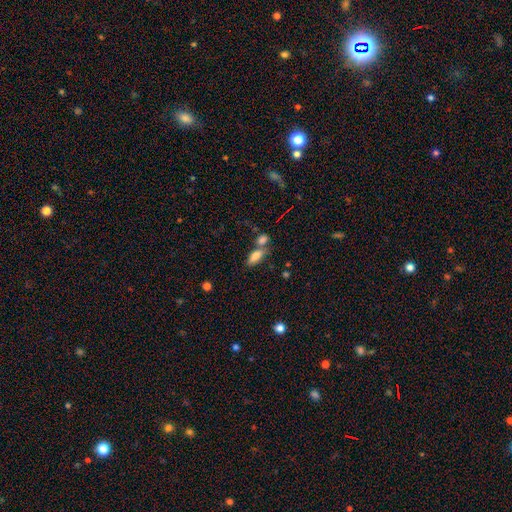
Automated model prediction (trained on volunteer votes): Smooth or featured: smooth — 78% (featured or disk — 13%)
How rounded: in between — 79% (cigar-shaped — 17%)
Merging: none — 45% (merger — 38%)